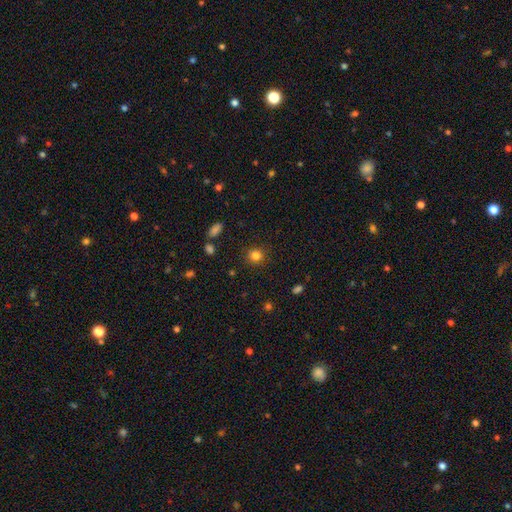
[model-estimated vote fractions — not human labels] Morphology: type=smooth (83%); roundness=round (87%); merging=none (88%).